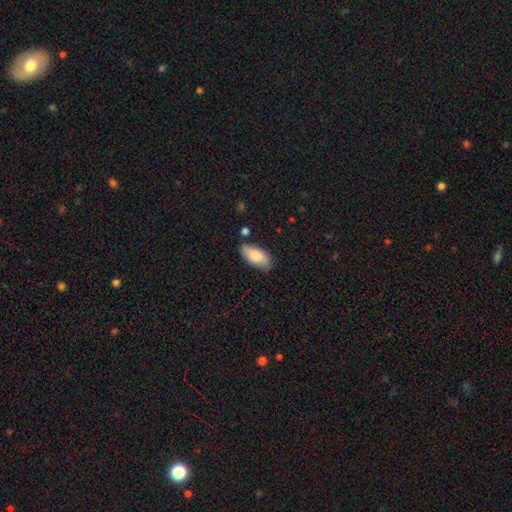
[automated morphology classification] Smooth or featured?
  - smooth: 84% *
  - featured or disk: 9%
  - star or artifact: 6%
How rounded?
  - in between: 89% *
  - cigar-shaped: 9%
  - round: 2%
Merging?
  - none: 76% *
  - minor disturbance: 17%
  - merger: 4%
  - major disturbance: 3%